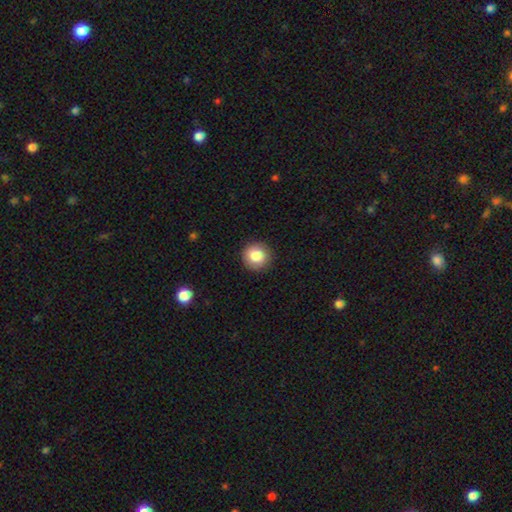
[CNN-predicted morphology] smooth-or-featured: smooth: 84% | star or artifact: 9% | featured or disk: 7%
  how-rounded: round: 93% | in between: 6% | cigar-shaped: 1%
  merging: none: 91% | minor disturbance: 6% | major disturbance: 2% | merger: 1%